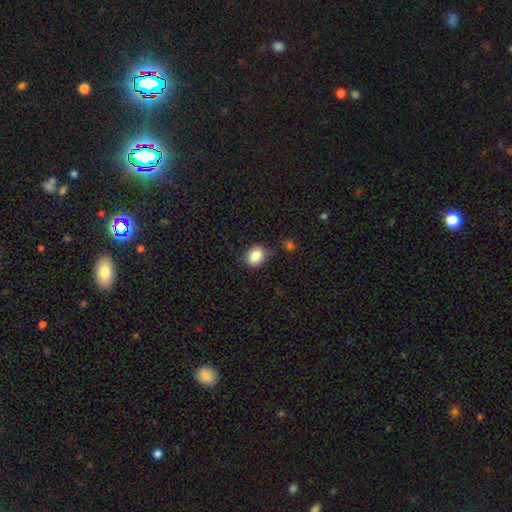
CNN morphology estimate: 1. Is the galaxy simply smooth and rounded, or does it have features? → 85% smooth, 9% star or artifact, 6% featured or disk.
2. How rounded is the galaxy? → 52% in between, 47% round, 1% cigar-shaped.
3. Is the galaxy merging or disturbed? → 77% none, 16% minor disturbance, 4% major disturbance, 4% merger.